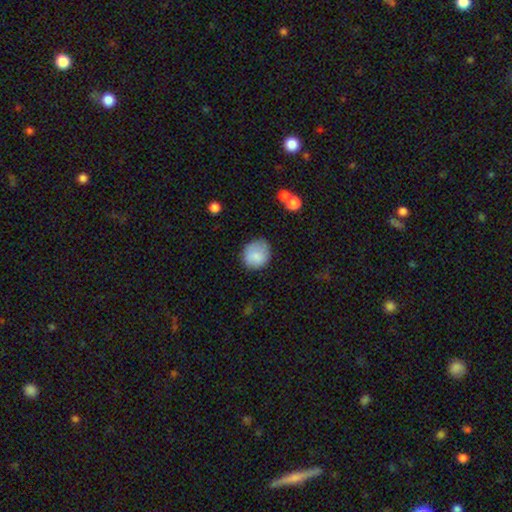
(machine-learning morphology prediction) This is clearly a smooth galaxy (84%). How rounded: likely round (79%). Merging: likely none (72%).